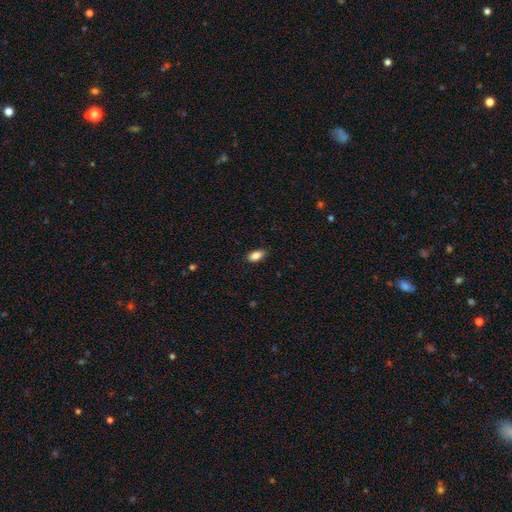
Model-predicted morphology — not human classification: Smooth or featured?
  - smooth: 86% *
  - star or artifact: 8%
  - featured or disk: 6%
How rounded?
  - in between: 90% *
  - cigar-shaped: 5%
  - round: 5%
Merging?
  - none: 86% *
  - minor disturbance: 11%
  - major disturbance: 2%
  - merger: 1%